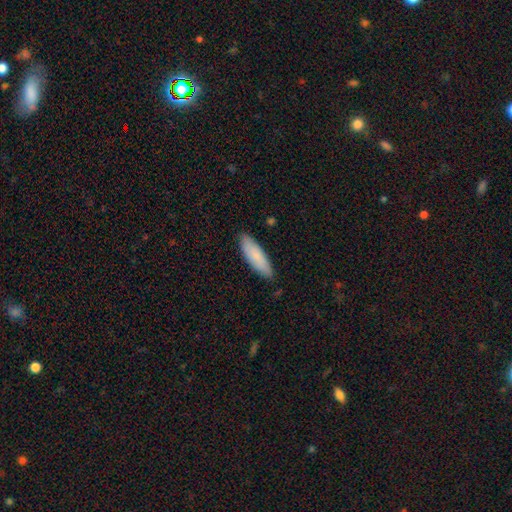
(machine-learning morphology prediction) The model was most divided on "how rounded": cigar-shaped: 51%, in between: 47%, round: 1%. More confident: smooth or featured — smooth (86%); merging — none (85%).